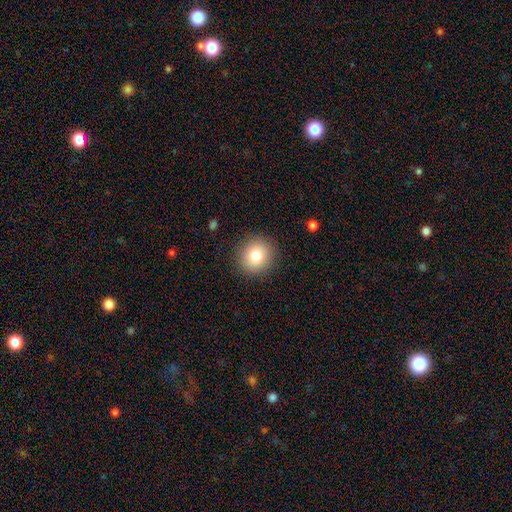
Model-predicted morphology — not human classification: type=smooth (80%); roundness=round (88%); merging=none (89%).